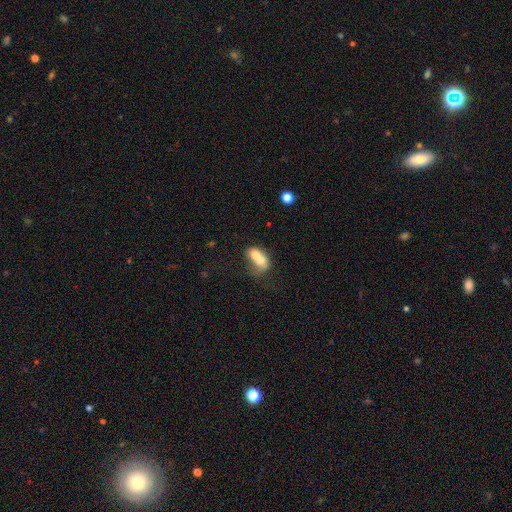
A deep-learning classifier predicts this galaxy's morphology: The model was most divided on "smooth or featured": smooth: 62%, featured or disk: 29%, star or artifact: 9%. More confident: merging — merger (74%); how rounded — in between (71%).